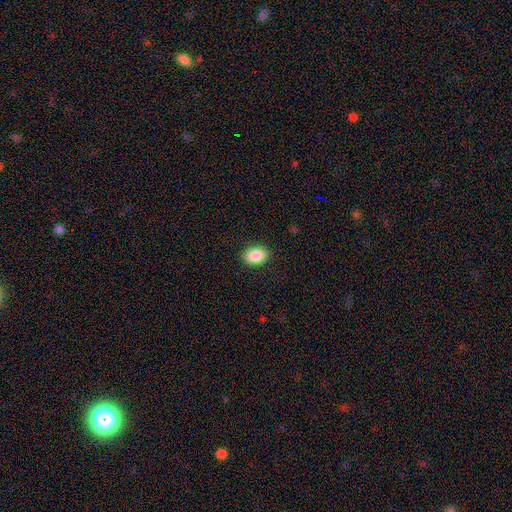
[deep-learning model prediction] A smooth galaxy with no disk features (88%) that is in between round and cigar-shaped (82%). Merging: none (88%).